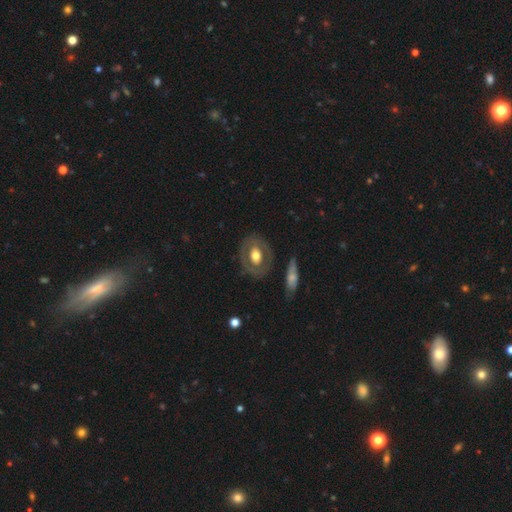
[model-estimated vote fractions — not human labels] Q: Smooth or featured?
A: featured or disk (52%); runner-up: smooth (42%)
Q: Edge-on disk?
A: no (91%); runner-up: yes (9%)
Q: Merging?
A: none (80%); runner-up: minor disturbance (12%)